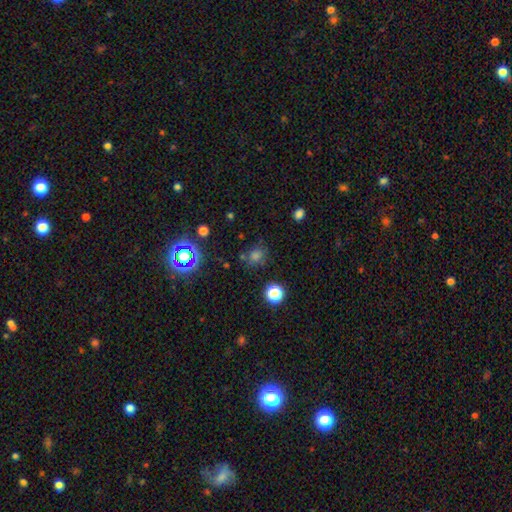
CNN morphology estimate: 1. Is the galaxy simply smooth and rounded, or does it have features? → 64% smooth, 29% star or artifact, 7% featured or disk.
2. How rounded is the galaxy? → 75% round, 24% in between, 1% cigar-shaped.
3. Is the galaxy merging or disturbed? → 73% none, 15% minor disturbance, 7% merger, 5% major disturbance.